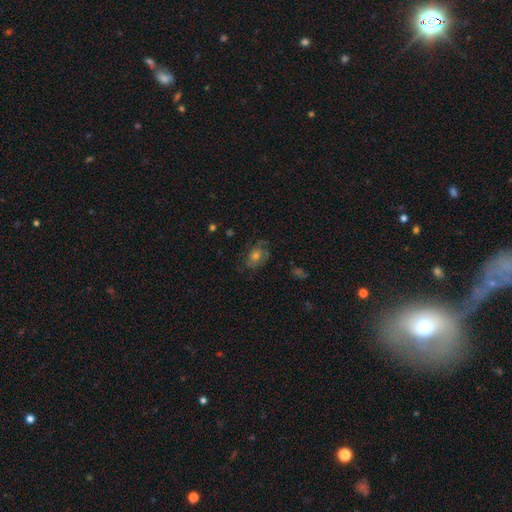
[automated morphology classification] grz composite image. It shows a featured or disk galaxy (51%). Merging: none (68%).